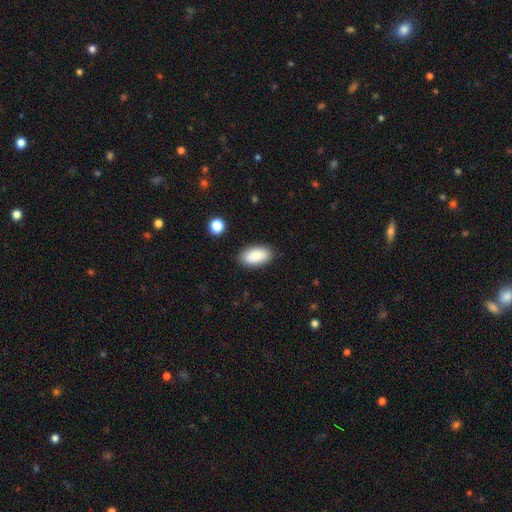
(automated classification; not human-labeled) This is clearly a smooth galaxy (88%). How rounded: clearly in between (94%). Merging: clearly none (87%).